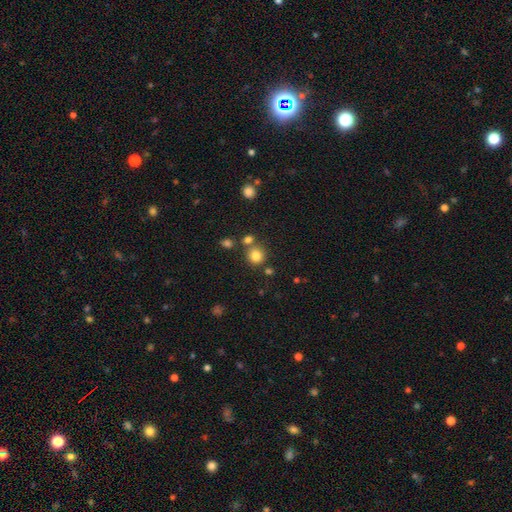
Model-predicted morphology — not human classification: Overall: smooth (81%). How rounded: round (89%). Merging: none (73%).